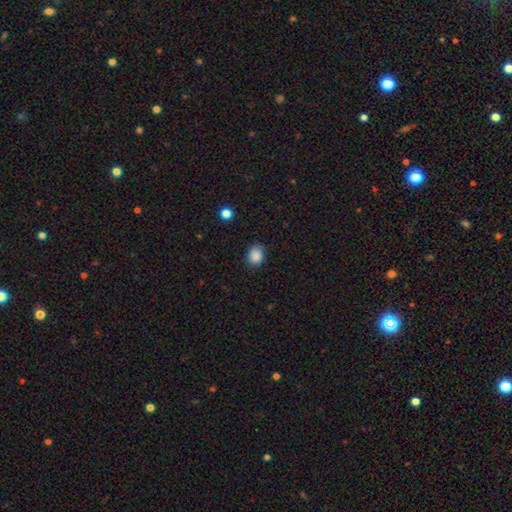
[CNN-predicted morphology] type=smooth (87%); roundness=in between (53%); merging=none (81%).